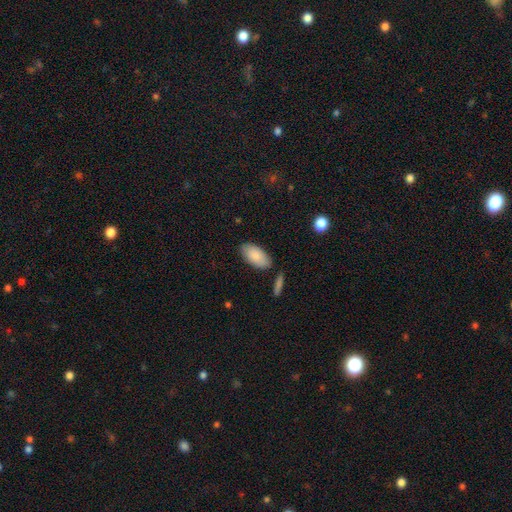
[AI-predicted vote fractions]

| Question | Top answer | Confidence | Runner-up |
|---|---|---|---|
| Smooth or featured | smooth | 86% | featured or disk (8%) |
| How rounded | in between | 94% | cigar-shaped (4%) |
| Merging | none | 81% | minor disturbance (12%) |